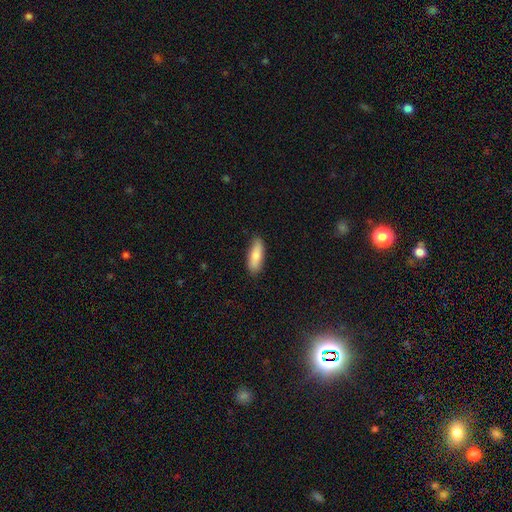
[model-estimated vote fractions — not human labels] A smooth galaxy with no disk features (80%) that is in between round and cigar-shaped (59%). Merging: none (83%).